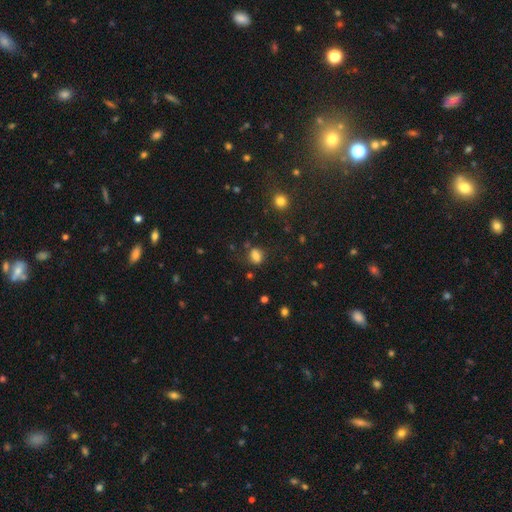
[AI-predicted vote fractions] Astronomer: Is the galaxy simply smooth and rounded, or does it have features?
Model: smooth — 76%.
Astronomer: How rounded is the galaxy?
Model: in between — 60% (runner-up: round, 38%).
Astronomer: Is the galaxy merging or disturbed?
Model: none — 66%.